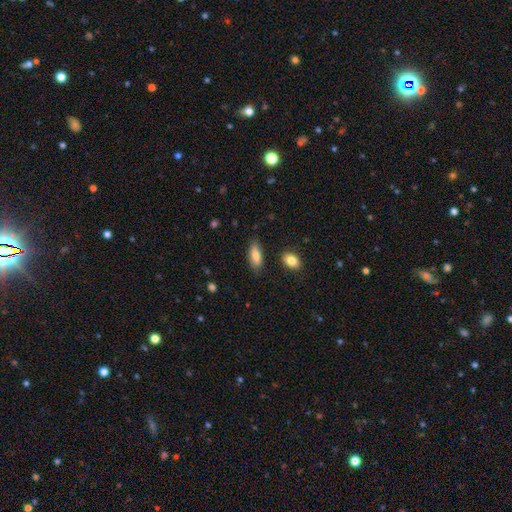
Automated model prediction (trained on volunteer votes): A smooth galaxy with no disk features (80%) that is in between round and cigar-shaped (74%).

Vote fractions:
- Smooth or featured? smooth: 80% / featured or disk: 14% / star or artifact: 7%
- How rounded? in between: 74% / cigar-shaped: 24% / round: 2%
- Merging? none: 83% / minor disturbance: 12% / major disturbance: 3% / merger: 2%